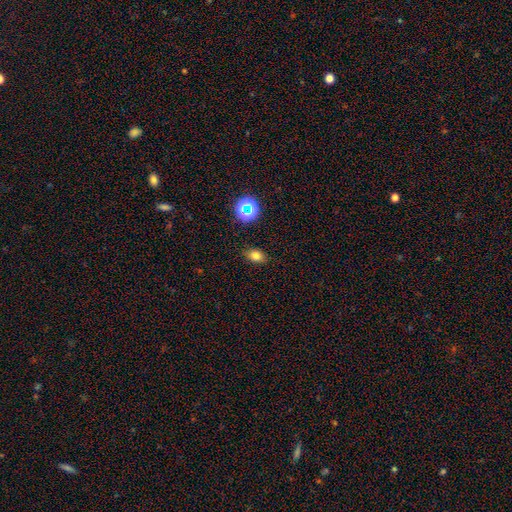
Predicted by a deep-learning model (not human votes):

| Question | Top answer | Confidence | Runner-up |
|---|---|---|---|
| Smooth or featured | smooth | 76% | star or artifact (15%) |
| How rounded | in between | 77% | round (21%) |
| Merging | none | 85% | minor disturbance (11%) |